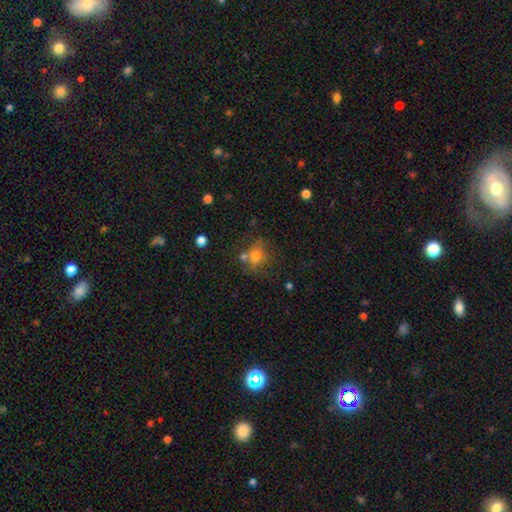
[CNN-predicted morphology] The model was most divided on "merging": none: 56%, merger: 19%, minor disturbance: 17%, major disturbance: 8%. More confident: how rounded — round (71%); smooth or featured — smooth (70%).